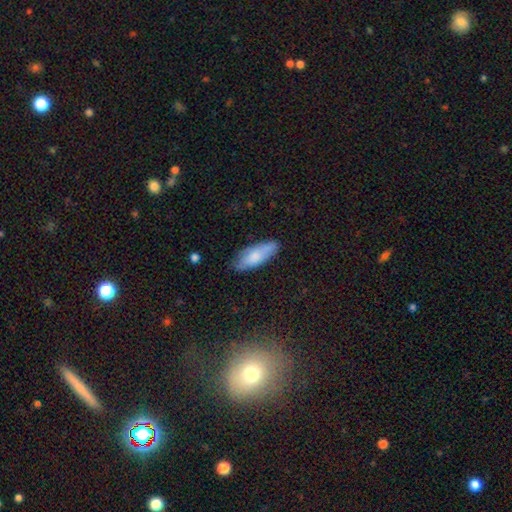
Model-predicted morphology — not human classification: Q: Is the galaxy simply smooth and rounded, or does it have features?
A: smooth — 75%.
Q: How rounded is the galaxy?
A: in between — 63%.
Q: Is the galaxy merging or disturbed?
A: none — 78%.